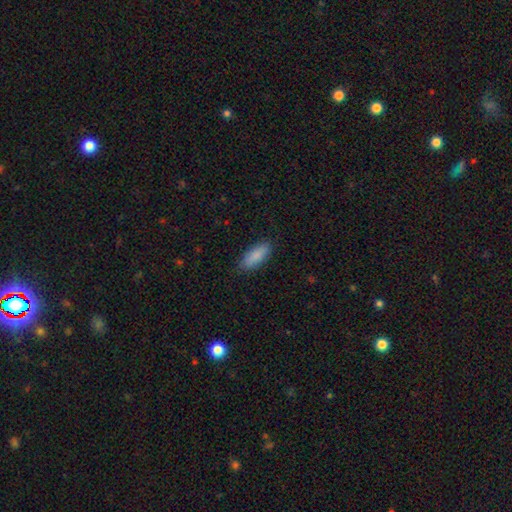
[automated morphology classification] This is clearly a smooth galaxy (87%). How rounded: likely in between (70%). Merging: clearly none (86%).